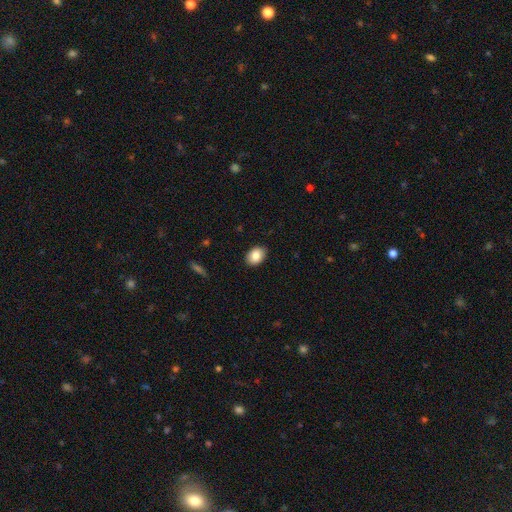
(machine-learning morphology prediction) The model was most divided on "how rounded": in between: 75%, round: 24%, cigar-shaped: 1%. More confident: merging — none (88%); smooth or featured — smooth (84%).